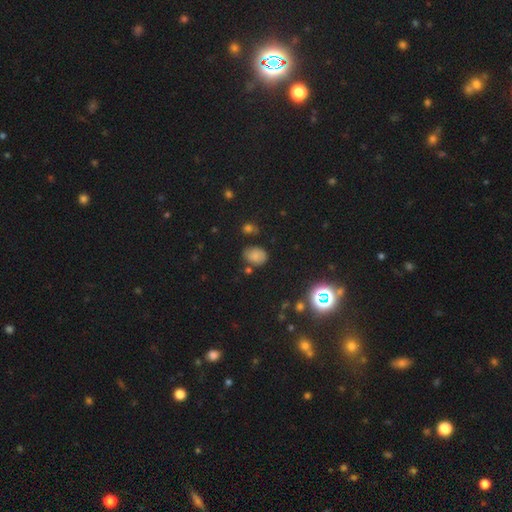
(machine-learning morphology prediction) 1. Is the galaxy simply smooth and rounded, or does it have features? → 72% smooth, 18% star or artifact, 11% featured or disk.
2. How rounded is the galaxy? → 67% in between, 32% round, 1% cigar-shaped.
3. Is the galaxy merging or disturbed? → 64% none, 23% minor disturbance, 6% major disturbance, 6% merger.